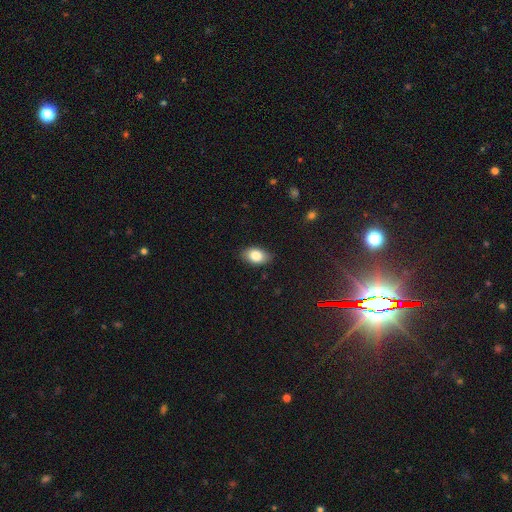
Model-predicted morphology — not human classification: smooth 83%, featured or disk 9%, star or artifact 8%. Down the decision tree: how rounded — in between (89%); merging — none (85%).